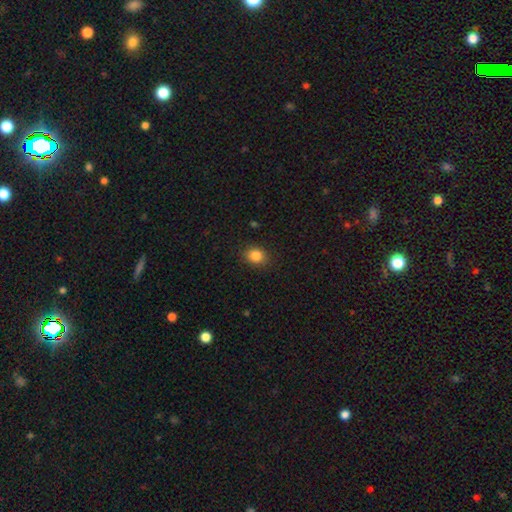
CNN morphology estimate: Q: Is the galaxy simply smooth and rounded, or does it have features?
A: smooth — 84%.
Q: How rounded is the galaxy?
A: round — 58%.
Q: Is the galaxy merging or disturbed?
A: none — 88%.